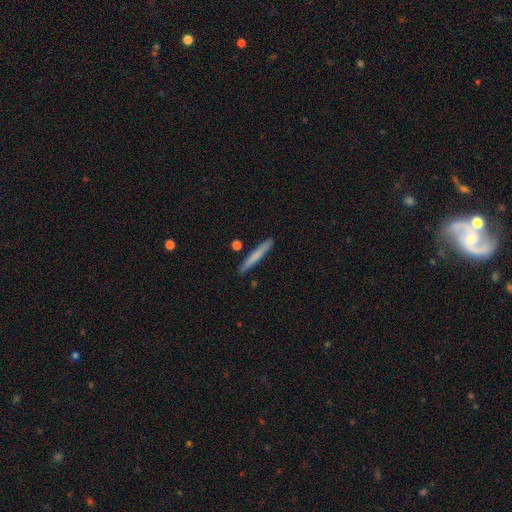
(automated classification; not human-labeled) Overall: smooth (71%). How rounded: cigar-shaped (96%). Merging: none (89%).